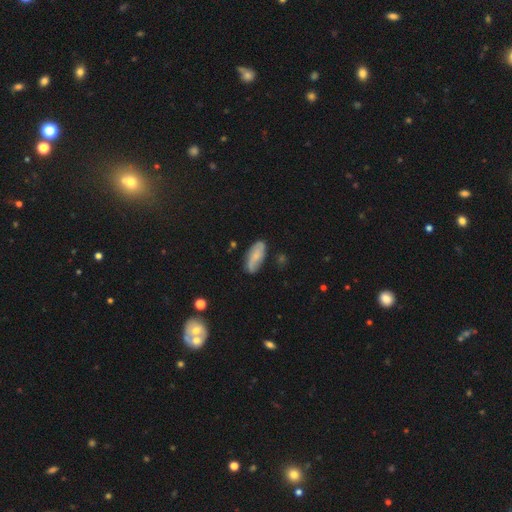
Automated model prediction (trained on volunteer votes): Morphology: type=smooth (51%); roundness=in between (79%); merging=none (74%).